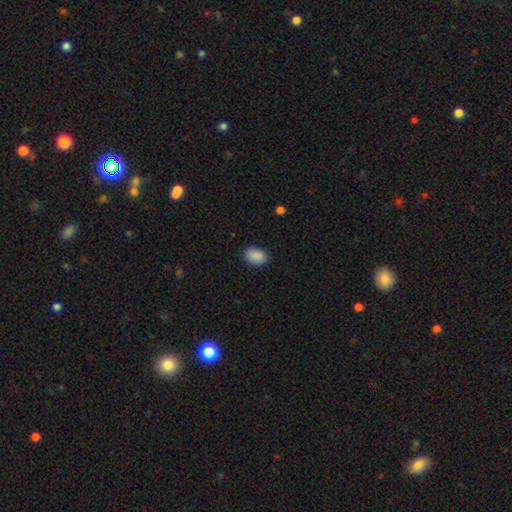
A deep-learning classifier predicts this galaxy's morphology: Smooth or featured? smooth (89%)
How rounded? in between (76%)
Merging? none (85%)